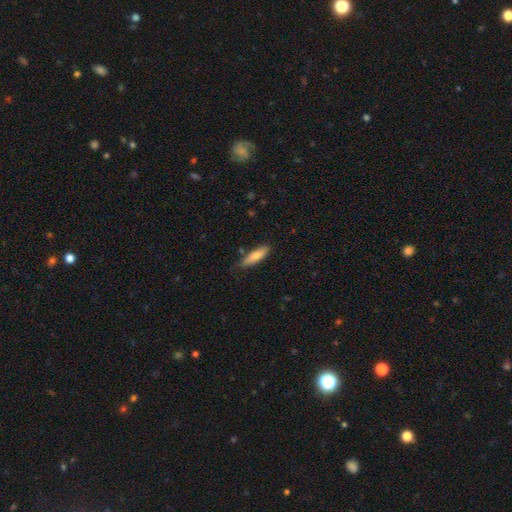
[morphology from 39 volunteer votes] smooth-or-featured: smooth: 77% | featured or disk: 21% | star or artifact: 3%
  how-rounded: cigar-shaped: 63% | in between: 33% | round: 3%
  merging: none: 74% | minor disturbance: 24% | merger: 3% | major disturbance: 0%